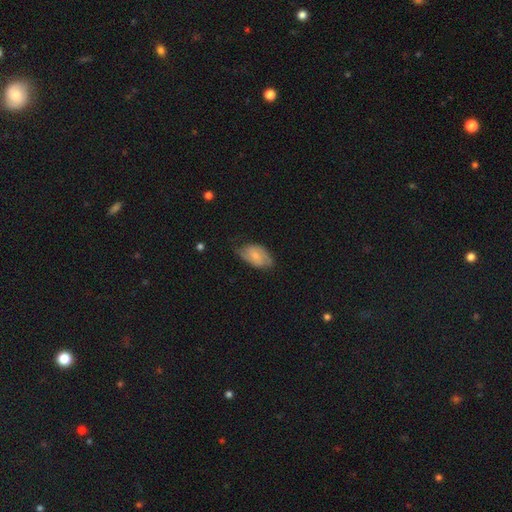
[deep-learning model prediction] This is possibly a smooth galaxy (51%). How rounded: clearly in between (91%). Merging: possibly none (58%).